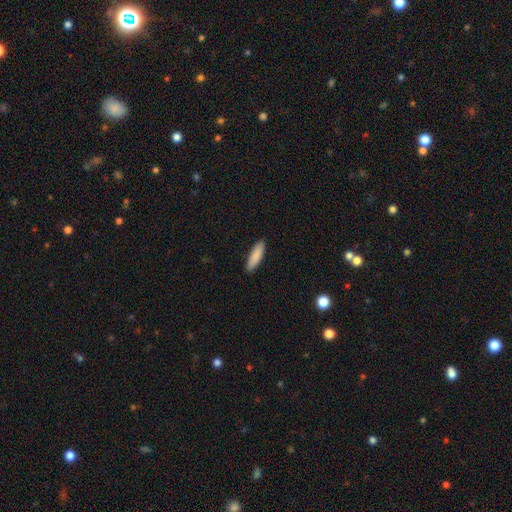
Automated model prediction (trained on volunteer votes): A smooth galaxy with no disk features (88%) that is cigar-shaped (64%).

Vote fractions:
- Smooth or featured? smooth: 88% / featured or disk: 7% / star or artifact: 6%
- How rounded? cigar-shaped: 64% / in between: 35% / round: 1%
- Merging? none: 89% / minor disturbance: 8% / major disturbance: 2% / merger: 1%